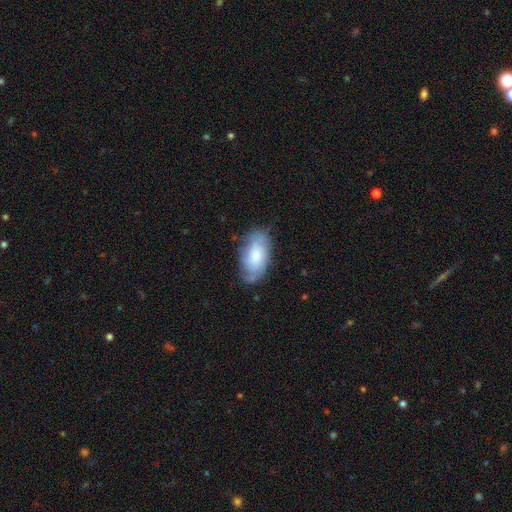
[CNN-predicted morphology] A smooth galaxy with no disk features (56%) that is in between round and cigar-shaped (93%).

Vote fractions:
- Smooth or featured? smooth: 56% / featured or disk: 38% / star or artifact: 7%
- How rounded? in between: 93% / round: 4% / cigar-shaped: 3%
- Merging? none: 66% / minor disturbance: 25% / major disturbance: 7% / merger: 2%